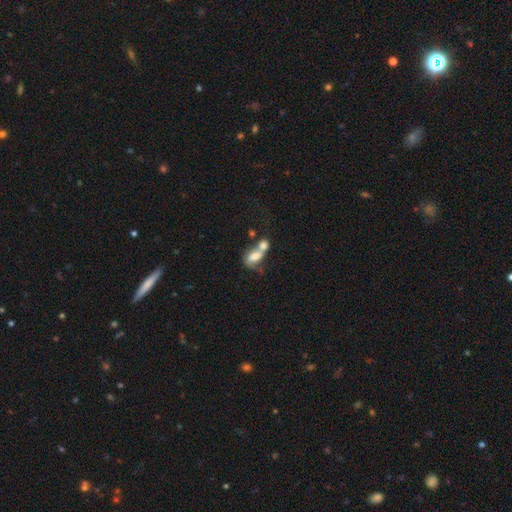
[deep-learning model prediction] smooth-or-featured: smooth: 59% | featured or disk: 31% | star or artifact: 10%
  how-rounded: in between: 81% | round: 14% | cigar-shaped: 5%
  merging: merger: 66% | none: 14% | major disturbance: 11% | minor disturbance: 9%